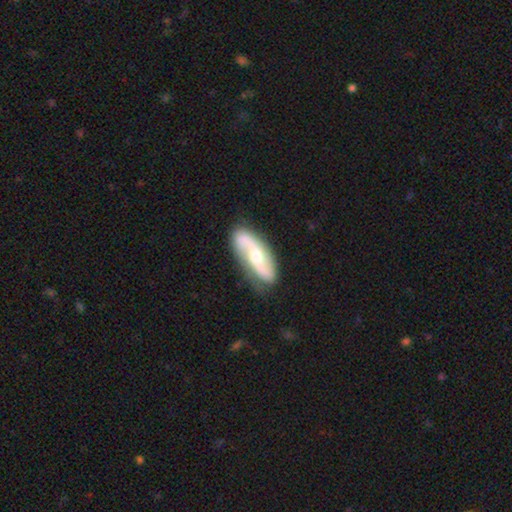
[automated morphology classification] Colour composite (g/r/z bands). It shows a featured or disk galaxy (77%) with no bar (48%), 2 (90%) loose (56%) spiral arms (94%) and a moderate central bulge (62%). Merging: none (78%).